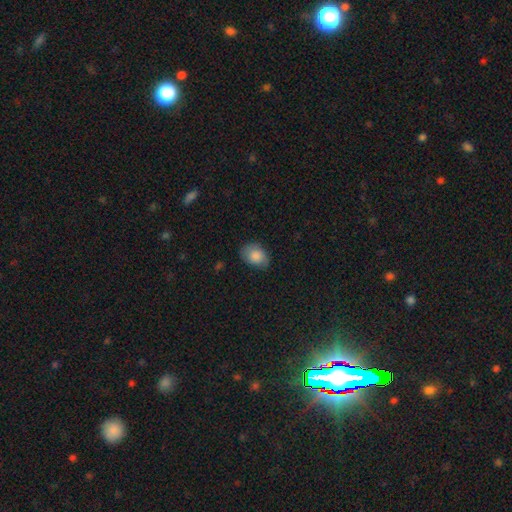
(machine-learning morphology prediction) Overall: smooth (85%). How rounded: in between (73%). Merging: none (72%).